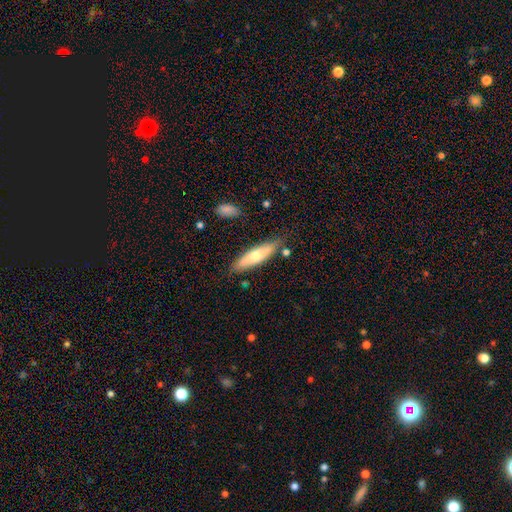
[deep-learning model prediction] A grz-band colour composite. It shows a smooth galaxy with no disk features (59%) that is cigar-shaped (64%). Merging: none (79%).